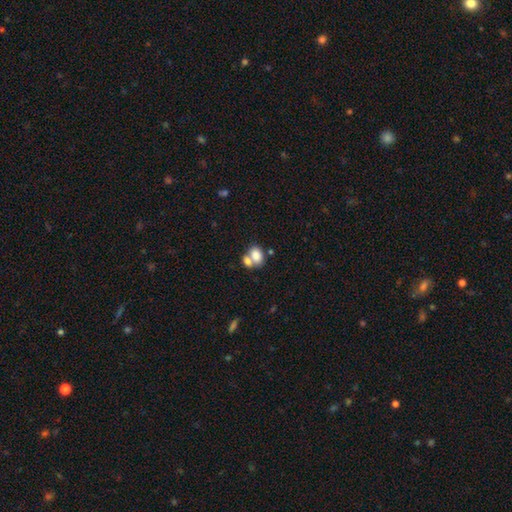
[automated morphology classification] Smooth or featured?
  - smooth: 78% *
  - featured or disk: 13%
  - star or artifact: 9%
How rounded?
  - in between: 78% *
  - round: 21%
  - cigar-shaped: 1%
Merging?
  - merger: 55% *
  - none: 31%
  - minor disturbance: 9%
  - major disturbance: 5%